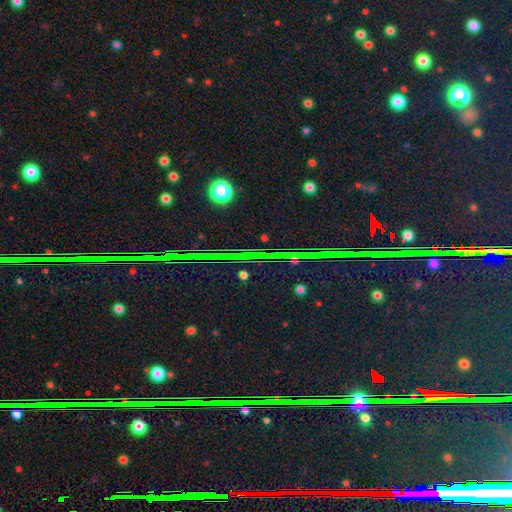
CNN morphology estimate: This is clearly a star or artifact rather than a galaxy (85%).